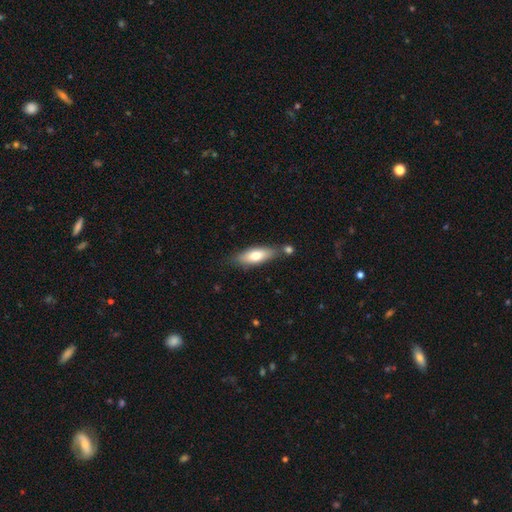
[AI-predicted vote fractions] This is likely a smooth galaxy (69%). How rounded: likely in between (61%). Merging: likely none (69%).